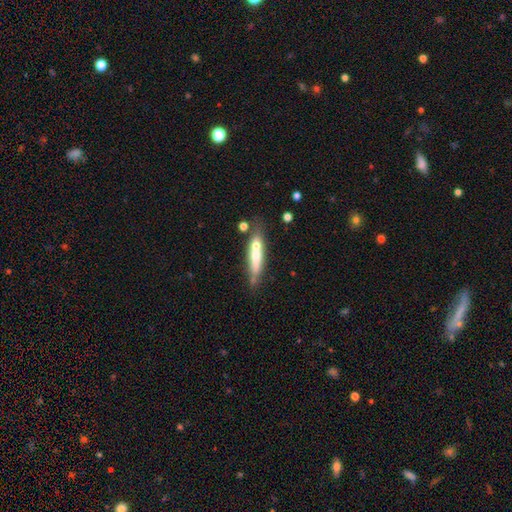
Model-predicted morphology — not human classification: Smooth or featured? Predicted: smooth (p=0.52). How rounded? Predicted: cigar-shaped (p=0.77). Merging? Predicted: none (p=0.57).